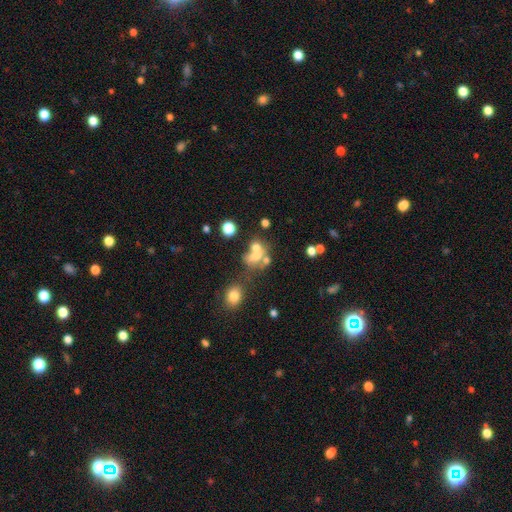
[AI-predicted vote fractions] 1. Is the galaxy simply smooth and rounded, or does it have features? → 54% smooth, 26% featured or disk, 20% star or artifact.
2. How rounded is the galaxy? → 56% in between, 42% round, 2% cigar-shaped.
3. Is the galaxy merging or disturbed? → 51% merger, 25% none, 13% major disturbance, 11% minor disturbance.